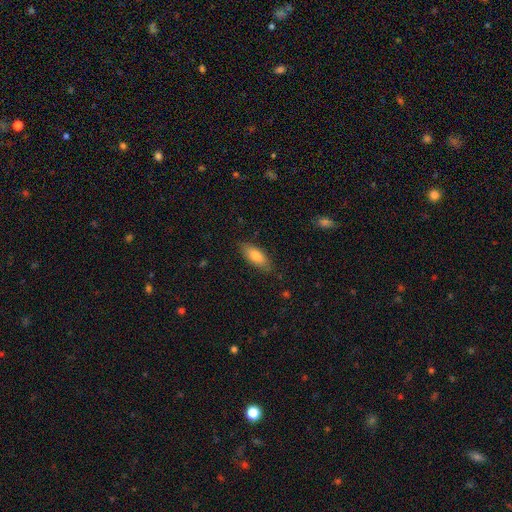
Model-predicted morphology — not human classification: Smooth or featured? Predicted: smooth (p=0.80). How rounded? Predicted: in between (p=0.79). Merging? Predicted: none (p=0.83).